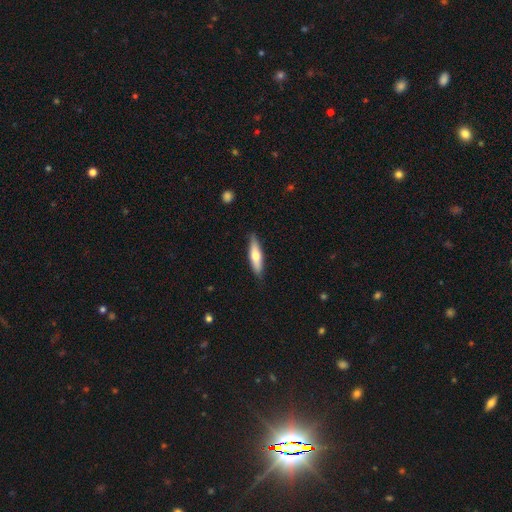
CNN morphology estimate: Q: Smooth or featured?
A: smooth (59%); runner-up: featured or disk (36%)
Q: How rounded?
A: cigar-shaped (70%); runner-up: in between (29%)
Q: Merging?
A: none (85%); runner-up: minor disturbance (11%)